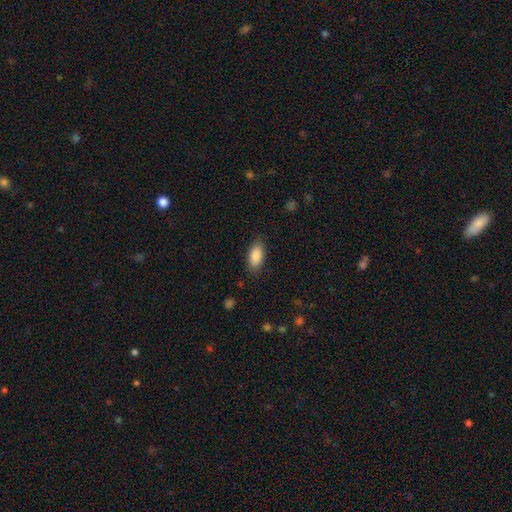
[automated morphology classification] type=smooth (88%); roundness=in between (91%); merging=none (85%).